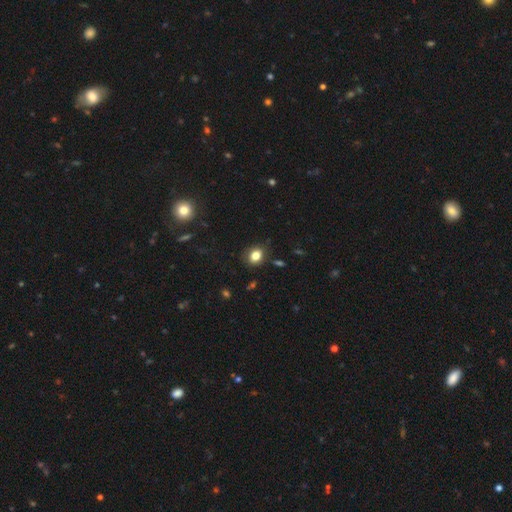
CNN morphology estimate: type=smooth (81%); roundness=in between (52%); merging=none (82%).